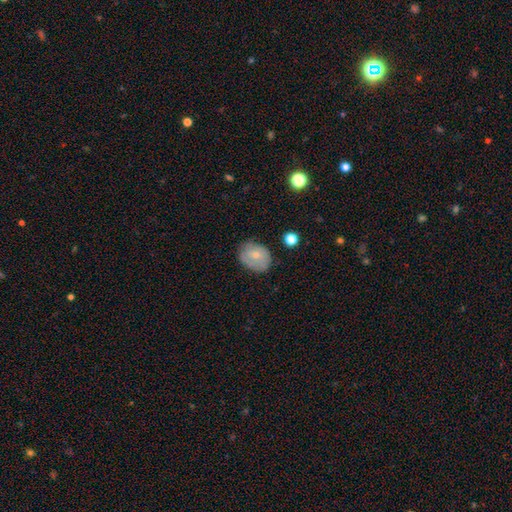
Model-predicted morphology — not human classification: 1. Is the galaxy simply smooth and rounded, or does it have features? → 61% smooth, 31% featured or disk, 8% star or artifact.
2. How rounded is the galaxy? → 52% round, 47% in between, 1% cigar-shaped.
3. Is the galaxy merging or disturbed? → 68% none, 24% minor disturbance, 6% major disturbance, 2% merger.